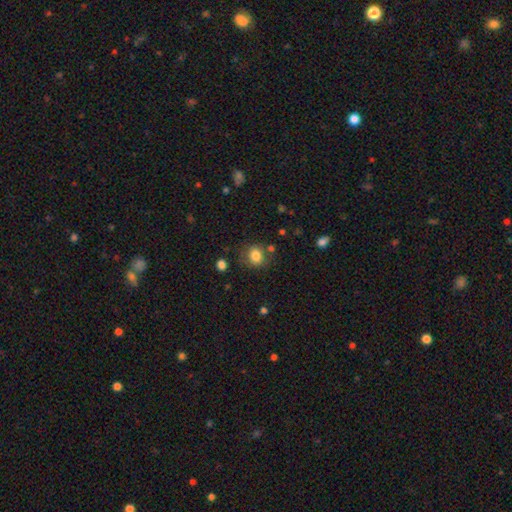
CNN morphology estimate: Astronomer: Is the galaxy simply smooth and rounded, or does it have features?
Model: smooth — 83%.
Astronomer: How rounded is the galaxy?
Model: round — 62%.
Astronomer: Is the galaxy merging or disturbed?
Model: none — 75%.